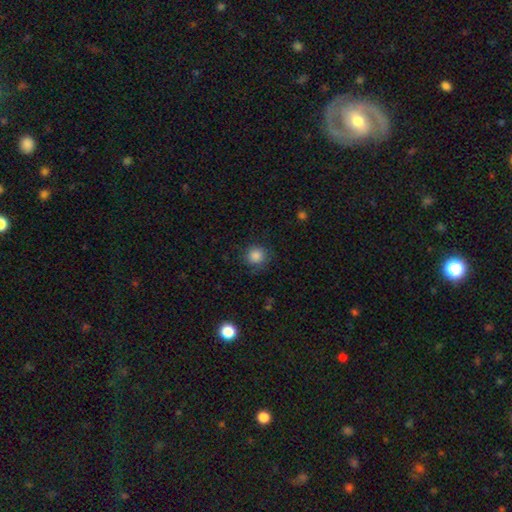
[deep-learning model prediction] Overall: smooth (86%). How rounded: round (92%). Merging: none (84%).